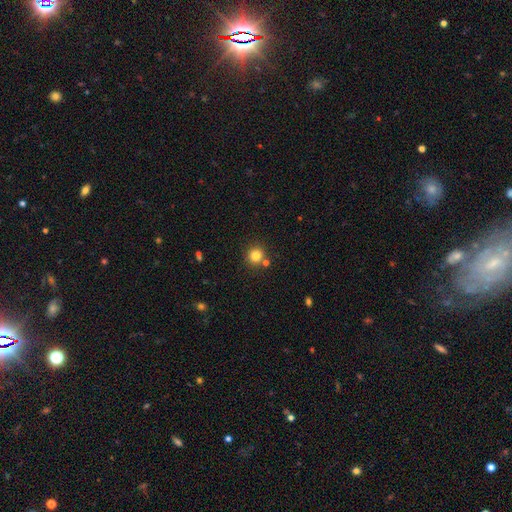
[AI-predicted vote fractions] Smooth or featured?
  - smooth: 81% *
  - star or artifact: 13%
  - featured or disk: 6%
How rounded?
  - round: 92% *
  - in between: 7%
  - cigar-shaped: 1%
Merging?
  - none: 80% *
  - merger: 10%
  - minor disturbance: 8%
  - major disturbance: 3%